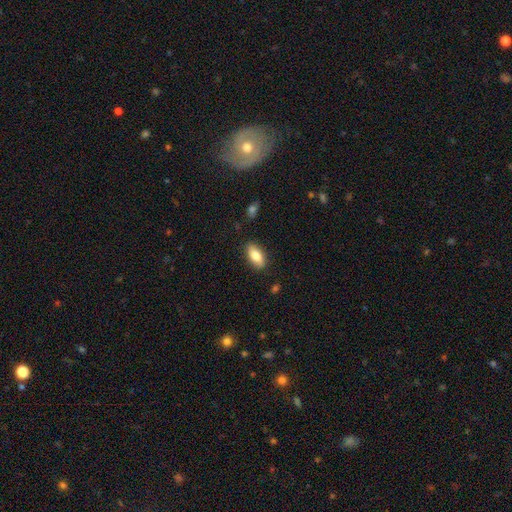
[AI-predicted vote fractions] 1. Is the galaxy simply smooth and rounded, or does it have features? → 82% smooth, 12% featured or disk, 7% star or artifact.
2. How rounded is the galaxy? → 87% in between, 10% cigar-shaped, 3% round.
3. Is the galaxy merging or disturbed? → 86% none, 10% minor disturbance, 2% major disturbance, 1% merger.